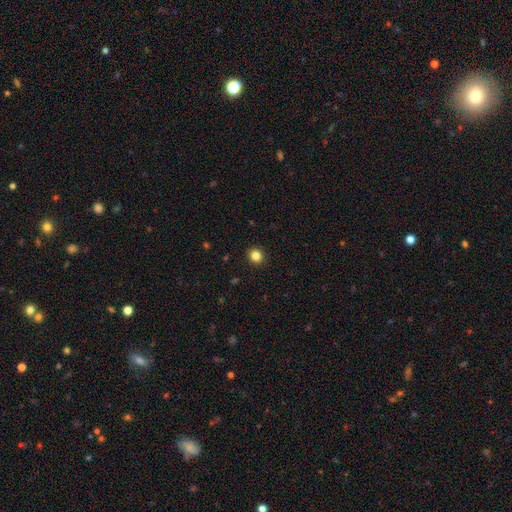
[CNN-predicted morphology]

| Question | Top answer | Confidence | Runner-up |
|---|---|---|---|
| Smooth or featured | smooth | 84% | star or artifact (12%) |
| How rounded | round | 85% | in between (14%) |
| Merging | none | 92% | minor disturbance (5%) |